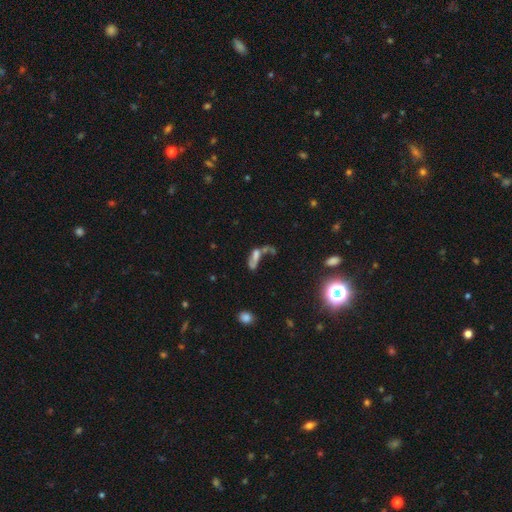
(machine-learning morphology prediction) Smooth or featured: smooth — 49% (featured or disk — 33%)
Merging: merger — 46% (major disturbance — 27%)